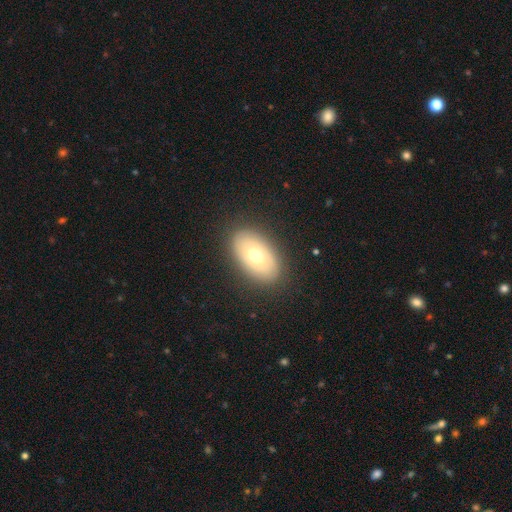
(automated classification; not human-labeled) A smooth galaxy with no disk features (66%) that is in between round and cigar-shaped (92%).

Vote fractions:
- Smooth or featured? smooth: 66% / featured or disk: 26% / star or artifact: 8%
- How rounded? in between: 92% / round: 6% / cigar-shaped: 2%
- Merging? none: 87% / minor disturbance: 9% / major disturbance: 3% / merger: 1%